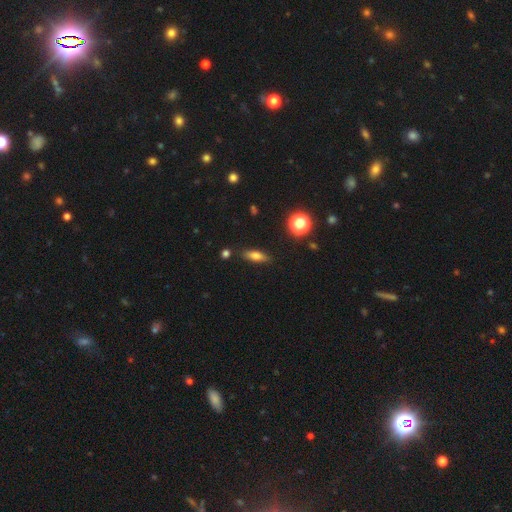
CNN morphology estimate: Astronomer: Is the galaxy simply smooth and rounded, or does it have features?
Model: smooth — 72%.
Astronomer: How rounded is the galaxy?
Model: in between — 57% (runner-up: cigar-shaped, 38%).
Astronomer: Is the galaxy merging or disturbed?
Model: none — 85%.